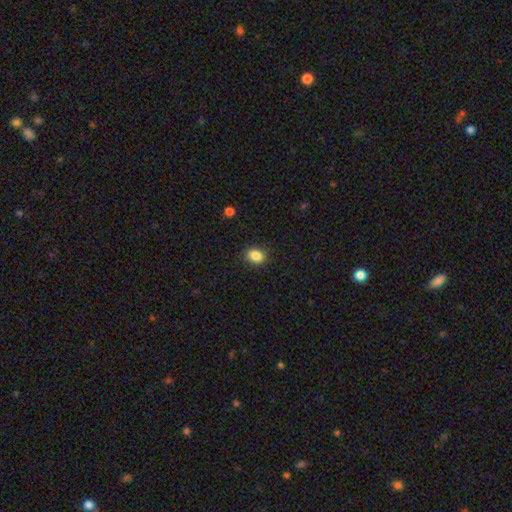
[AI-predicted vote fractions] Smooth or featured: smooth — 86% (star or artifact — 10%)
How rounded: in between — 54% (round — 45%)
Merging: none — 88% (minor disturbance — 8%)